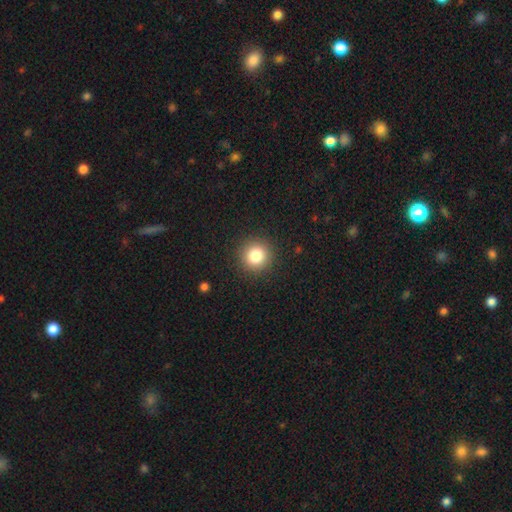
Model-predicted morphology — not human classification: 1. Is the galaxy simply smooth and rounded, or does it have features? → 83% smooth, 11% star or artifact, 6% featured or disk.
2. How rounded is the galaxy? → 94% round, 5% in between, 1% cigar-shaped.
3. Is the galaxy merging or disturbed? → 91% none, 6% minor disturbance, 2% major disturbance, 1% merger.